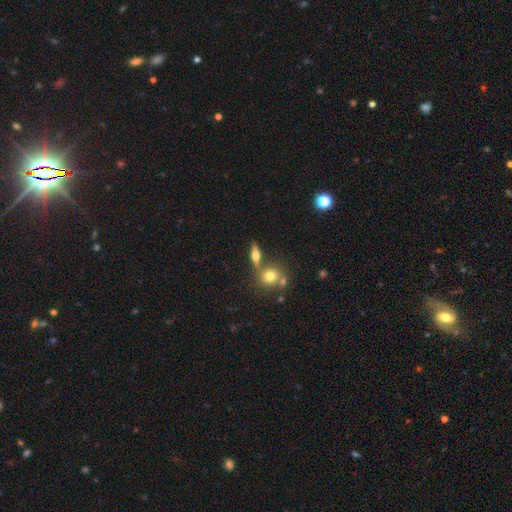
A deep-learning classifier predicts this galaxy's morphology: smooth-or-featured: featured or disk: 50% | smooth: 39% | star or artifact: 10%
  disk-edge-on: yes: 87% | no: 13%
  merging: none: 69% | merger: 17% | minor disturbance: 10% | major disturbance: 4%